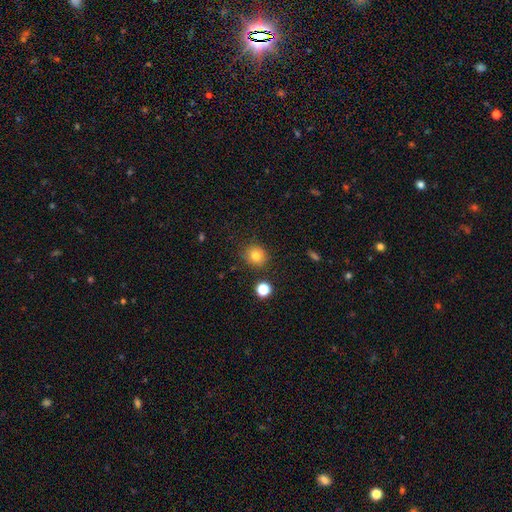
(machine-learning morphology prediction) Smooth or featured? Predicted: smooth (p=0.79). How rounded? Predicted: round (p=0.82). Merging? Predicted: none (p=0.85).